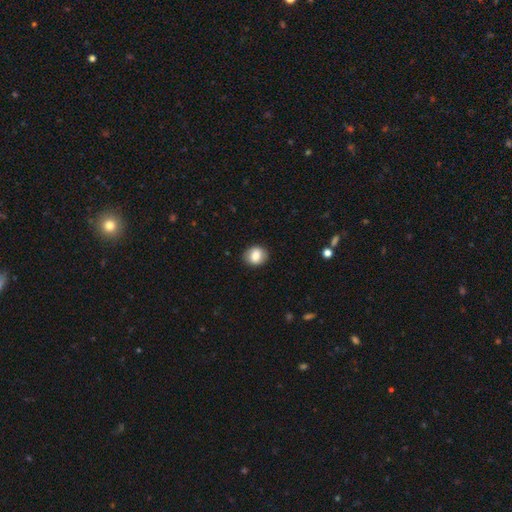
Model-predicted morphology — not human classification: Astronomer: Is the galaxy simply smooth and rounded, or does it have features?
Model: smooth — 81%.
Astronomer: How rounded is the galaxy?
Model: round — 67%.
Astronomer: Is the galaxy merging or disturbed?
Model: none — 86%.